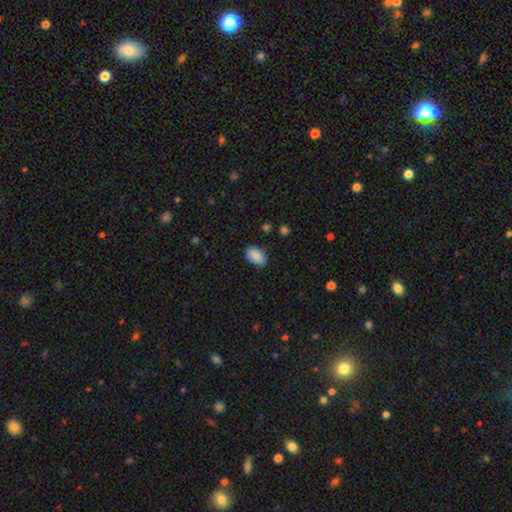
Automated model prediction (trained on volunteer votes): The model was most divided on "merging": none: 77%, minor disturbance: 18%, major disturbance: 3%, merger: 1%. More confident: how rounded — in between (90%); smooth or featured — smooth (89%).